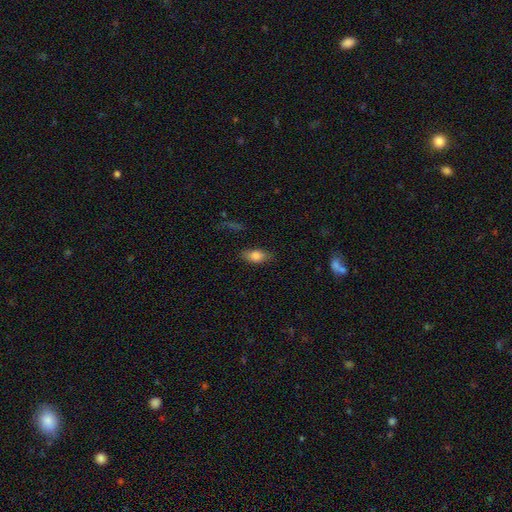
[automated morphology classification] Overall: smooth (83%). How rounded: in between (88%). Merging: none (77%).